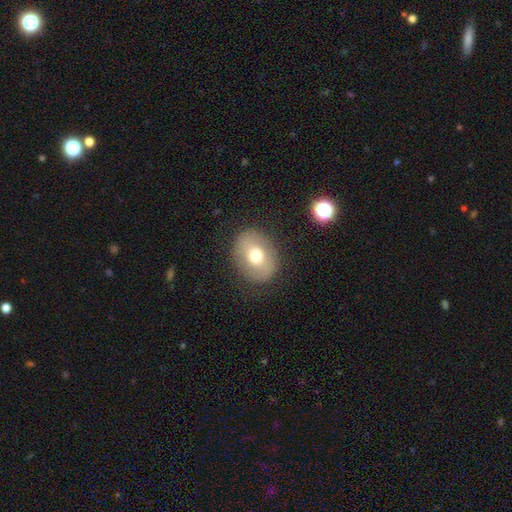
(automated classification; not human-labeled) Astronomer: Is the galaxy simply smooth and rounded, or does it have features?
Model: smooth — 63%.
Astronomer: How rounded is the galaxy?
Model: in between — 56% (runner-up: round, 43%).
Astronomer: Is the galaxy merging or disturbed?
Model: none — 84%.